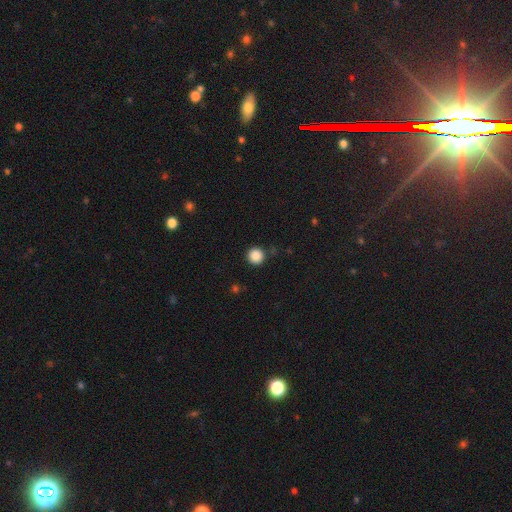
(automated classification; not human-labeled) Smooth or featured: smooth — 87% (star or artifact — 10%)
How rounded: round — 96% (in between — 3%)
Merging: none — 89% (minor disturbance — 7%)